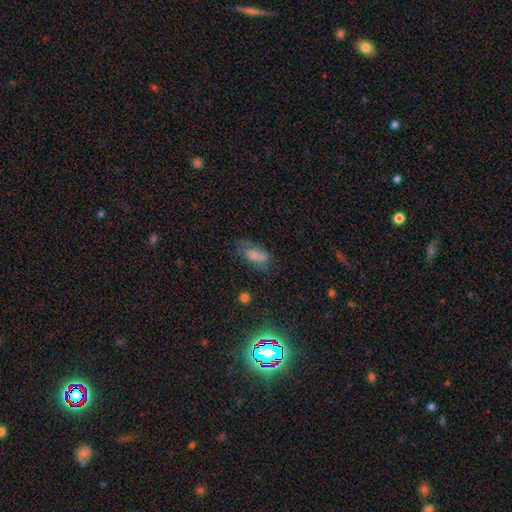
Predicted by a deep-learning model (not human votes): Smooth or featured? smooth (62%)
How rounded? in between (86%)
Merging? none (50%)